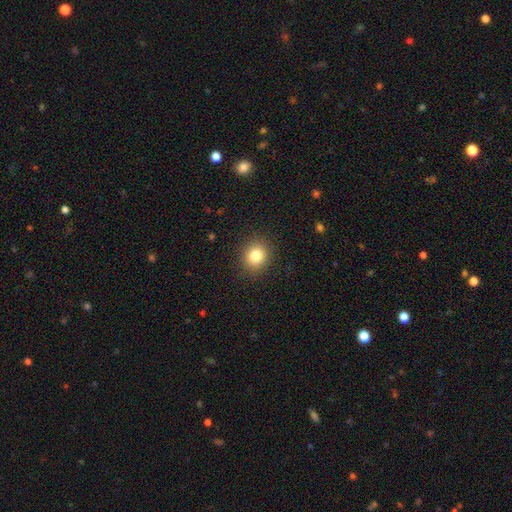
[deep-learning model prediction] Morphology: type=smooth (82%); roundness=round (76%); merging=none (89%).